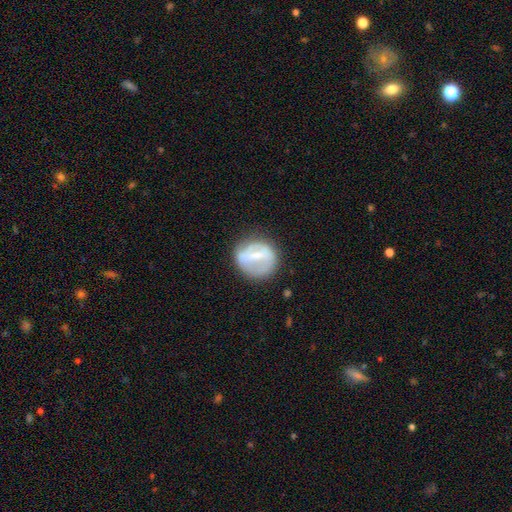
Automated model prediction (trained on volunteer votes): This appears to be a featured or disk galaxy (52%). Merging: none (67%).